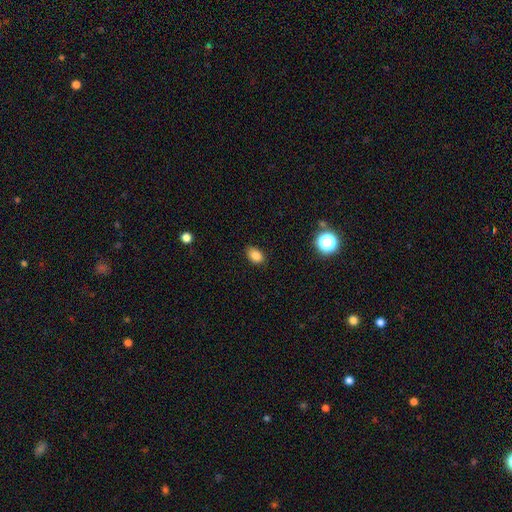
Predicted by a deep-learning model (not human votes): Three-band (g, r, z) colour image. It shows a smooth galaxy with no disk features (82%) that is in between round and cigar-shaped (80%). Merging: none (86%).